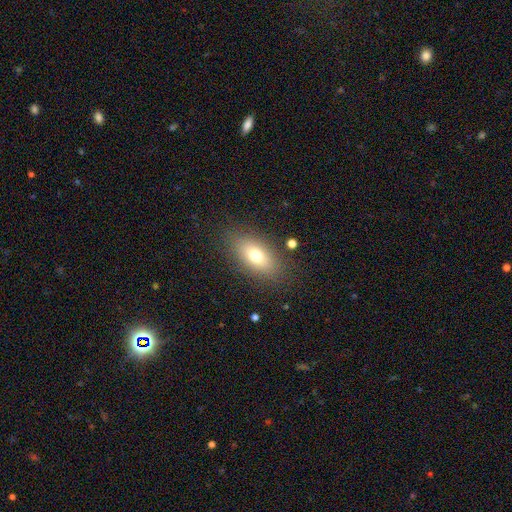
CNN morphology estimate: Smooth or featured? Predicted: smooth (p=0.71). How rounded? Predicted: in between (p=0.84). Merging? Predicted: none (p=0.83).